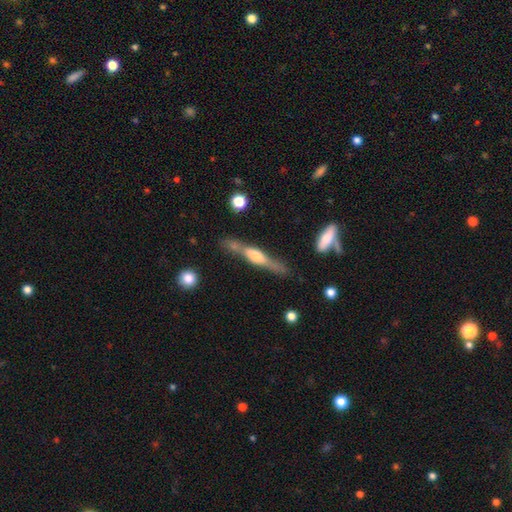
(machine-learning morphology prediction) A featured or disk galaxy (69%) viewed edge-on (94%) with a rounded central bulge (73%). Merging: none (69%).